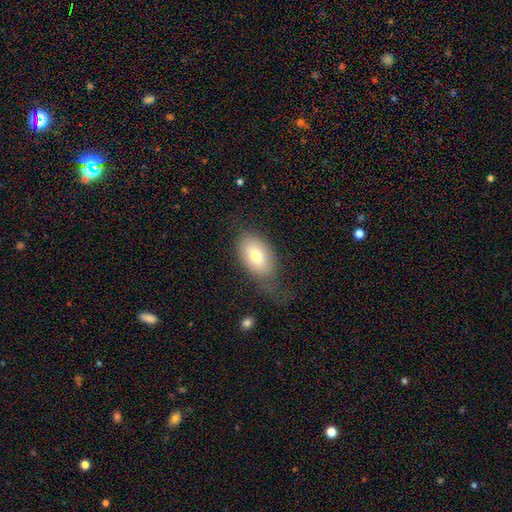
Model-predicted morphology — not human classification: Smooth or featured? Predicted: smooth (p=0.71). How rounded? Predicted: in between (p=0.89). Merging? Predicted: none (p=0.50).